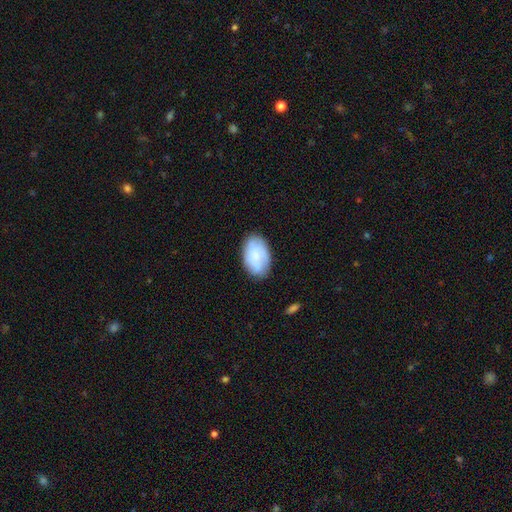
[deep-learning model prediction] Smooth or featured? smooth (61%)
How rounded? in between (91%)
Merging? none (78%)